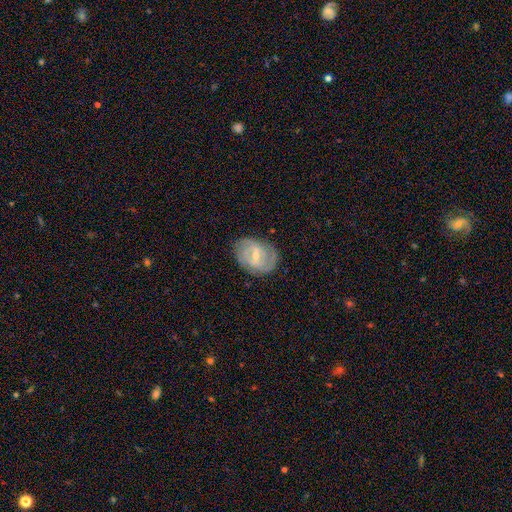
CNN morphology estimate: smooth-or-featured: featured or disk: 74% | smooth: 20% | star or artifact: 6%
  disk-edge-on: no: 96% | yes: 4%
    bar: weak: 54% | no: 24% | strong: 21%
    has-spiral-arms: yes: 86% | no: 14%
      spiral-winding: tight: 52% | medium: 37% | loose: 12%
      spiral-arm-count: 2: 49% | can't tell: 29% | 3: 12% | 1: 4% | 4: 4% | more than 4: 3%
    bulge-size: small: 58% | moderate: 38% | none: 2% | large: 1% | dominant: 1%
  merging: none: 76% | minor disturbance: 17% | major disturbance: 6% | merger: 1%